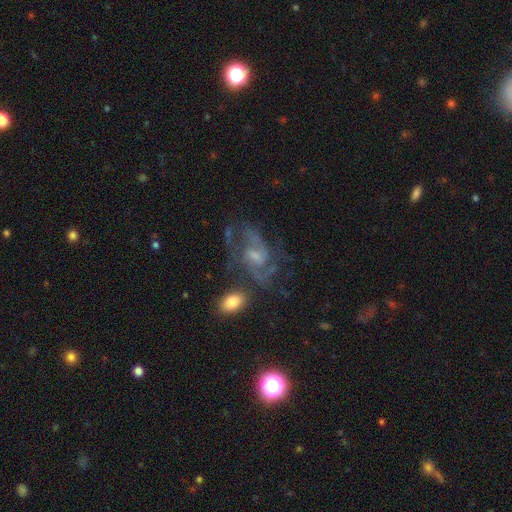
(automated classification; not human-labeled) featured or disk 64%, star or artifact 21%, smooth 14%. Down the decision tree: edge-on disk — no (95%); bar — no (58%); spiral arms — yes (81%); bulge size — small (46%); merging — none (56%).